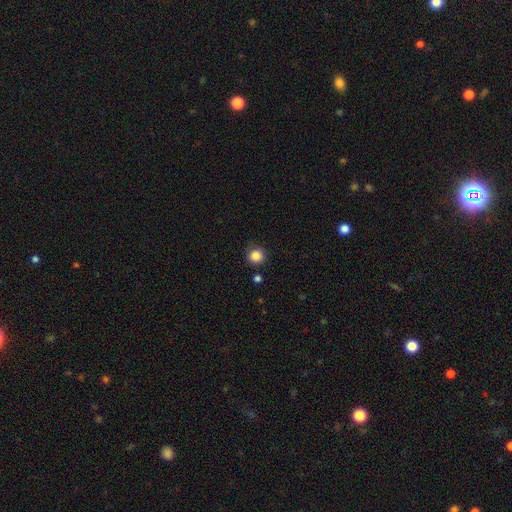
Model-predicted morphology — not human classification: smooth 86%, star or artifact 11%, featured or disk 4%. Down the decision tree: how rounded — round (93%); merging — none (84%).